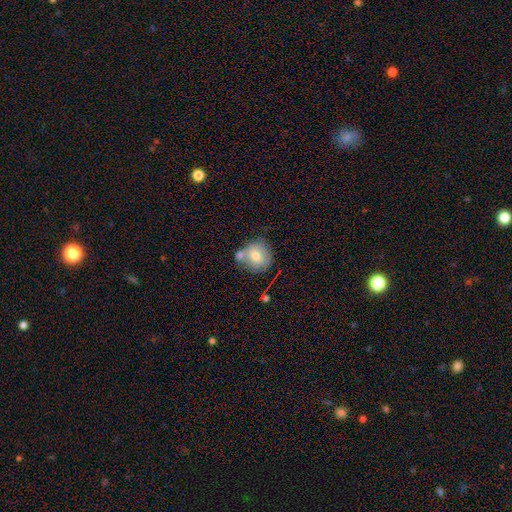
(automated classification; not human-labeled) smooth-or-featured: smooth: 68% | featured or disk: 24% | star or artifact: 8%
  how-rounded: round: 81% | in between: 17% | cigar-shaped: 1%
  merging: none: 46% | merger: 31% | minor disturbance: 17% | major disturbance: 6%